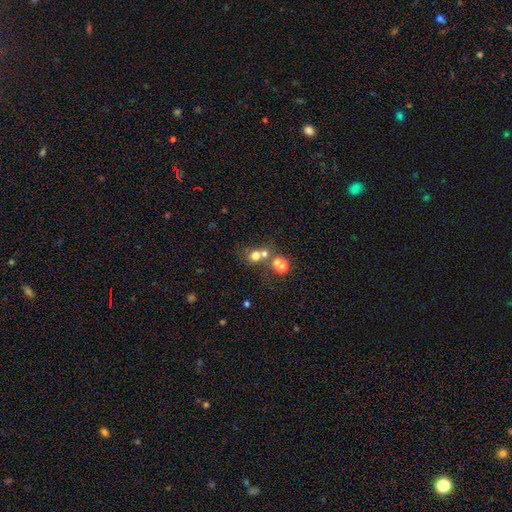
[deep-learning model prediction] This is likely a smooth galaxy (65%). How rounded: likely round (79%). Merging: possibly merger (49%).